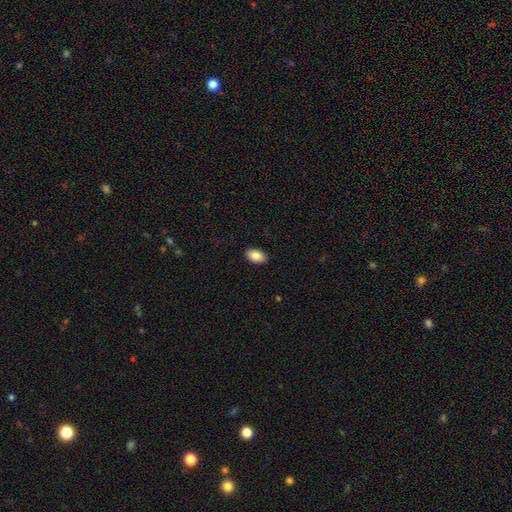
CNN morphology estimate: The model was most divided on "smooth or featured": smooth: 86%, star or artifact: 7%, featured or disk: 7%. More confident: how rounded — in between (93%); merging — none (90%).